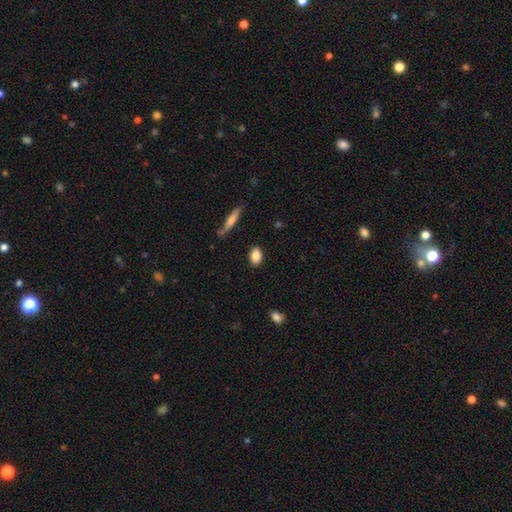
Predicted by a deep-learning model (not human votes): Smooth or featured?
  - smooth: 85% *
  - star or artifact: 7%
  - featured or disk: 7%
How rounded?
  - in between: 83% *
  - round: 14%
  - cigar-shaped: 3%
Merging?
  - none: 87% *
  - minor disturbance: 9%
  - major disturbance: 2%
  - merger: 2%